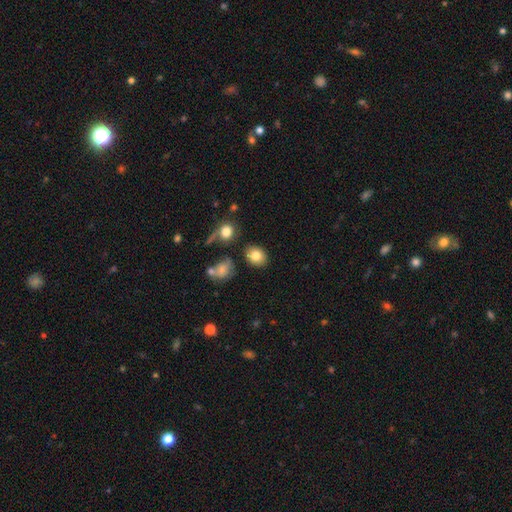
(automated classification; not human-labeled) The model was most divided on "how rounded": in between: 52%, round: 47%, cigar-shaped: 1%. More confident: merging — none (81%); smooth or featured — smooth (81%).